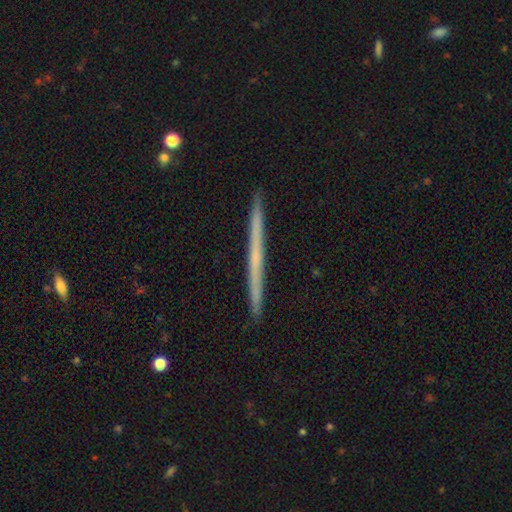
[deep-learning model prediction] The model was most divided on "smooth or featured": featured or disk: 57%, smooth: 37%, star or artifact: 6%. More confident: edge-on disk — yes (98%); merging — none (93%); edge-on bulge — none (89%).